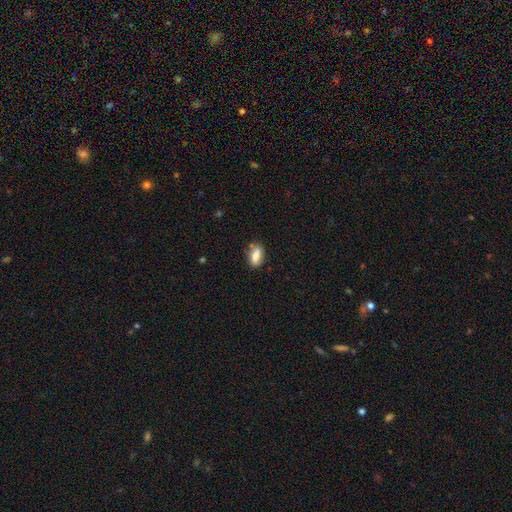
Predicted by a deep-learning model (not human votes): smooth_or_featured: smooth (p=0.79) [alt: featured or disk p=0.13]
how_rounded: in between (p=0.81) [alt: cigar-shaped p=0.13]
merging: none (p=0.70) [alt: minor disturbance p=0.19]